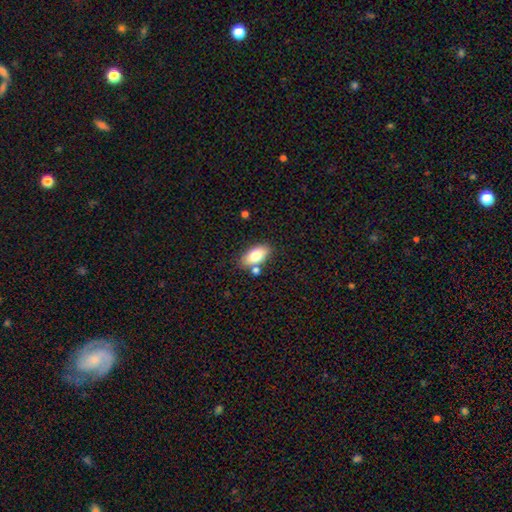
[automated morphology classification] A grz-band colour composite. It shows a smooth galaxy with no disk features (77%) that is in between round and cigar-shaped (90%). Merging: none (72%).